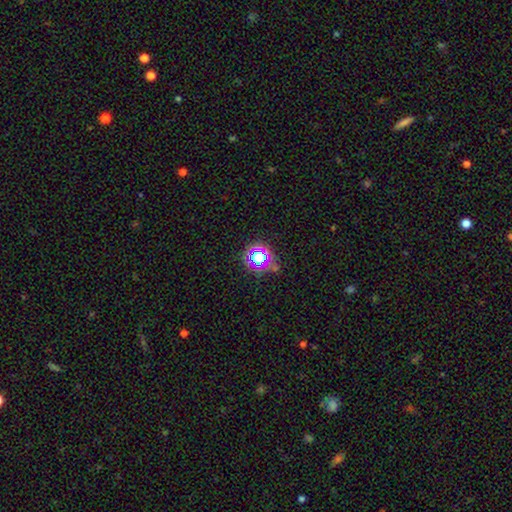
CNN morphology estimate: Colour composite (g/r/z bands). It shows a star or artifact, not a galaxy (59%).